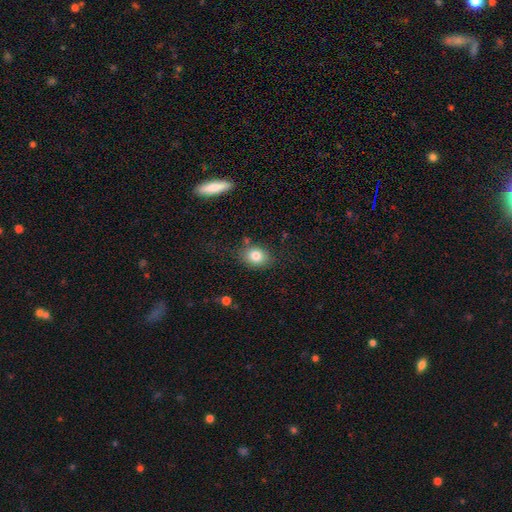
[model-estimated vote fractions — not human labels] This appears to be a smooth galaxy with no disk features (80%) that is in between round and cigar-shaped (54%). Merging: none (78%).